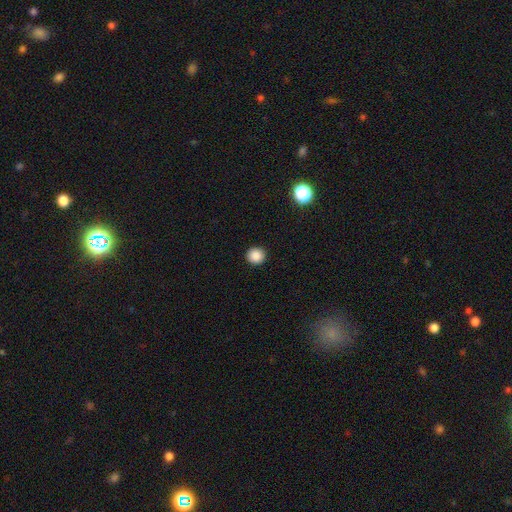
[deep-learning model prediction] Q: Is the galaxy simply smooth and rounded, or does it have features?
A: smooth — 87%.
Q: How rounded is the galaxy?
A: round — 93%.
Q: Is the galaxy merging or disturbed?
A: none — 93%.